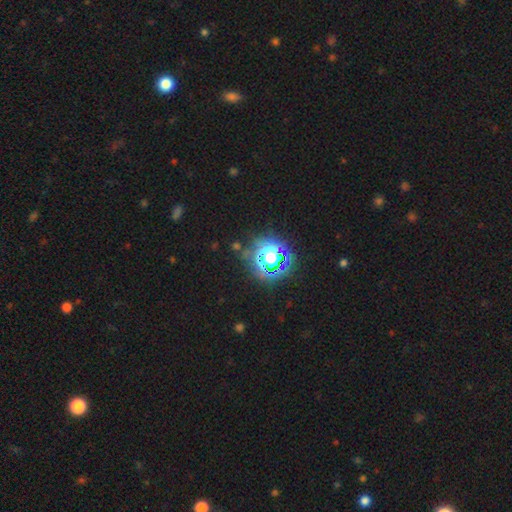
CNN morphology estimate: type=star or artifact (78%).